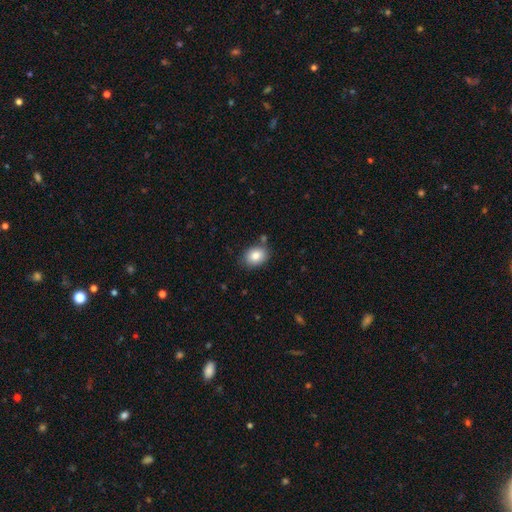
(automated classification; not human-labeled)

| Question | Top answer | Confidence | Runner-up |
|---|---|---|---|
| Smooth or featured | smooth | 82% | star or artifact (9%) |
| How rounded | in between | 56% | round (43%) |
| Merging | none | 79% | minor disturbance (13%) |